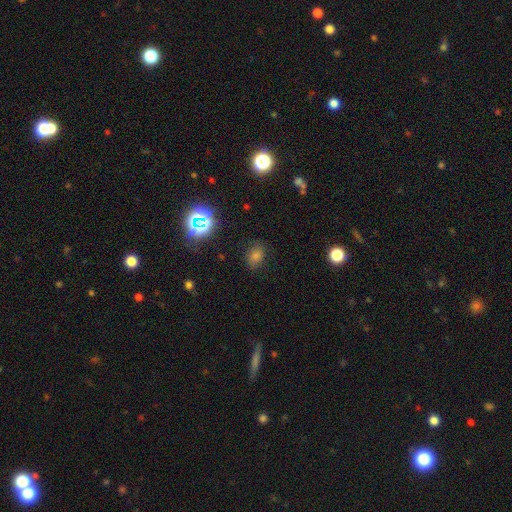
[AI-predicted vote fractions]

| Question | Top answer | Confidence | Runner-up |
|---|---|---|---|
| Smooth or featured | smooth | 62% | star or artifact (29%) |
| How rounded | in between | 65% | round (33%) |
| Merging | none | 82% | minor disturbance (13%) |